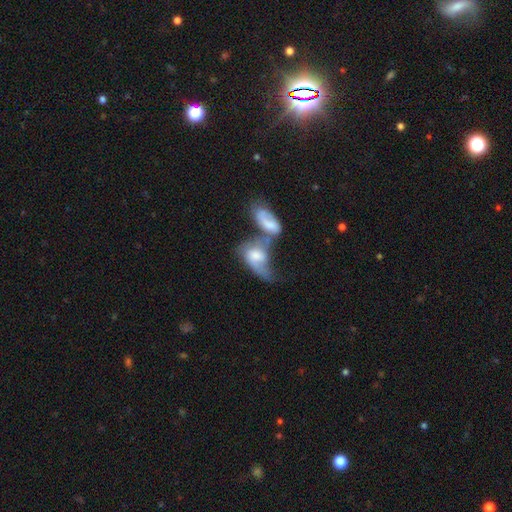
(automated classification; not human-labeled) Smooth or featured? featured or disk (48%)
Merging? merger (69%)